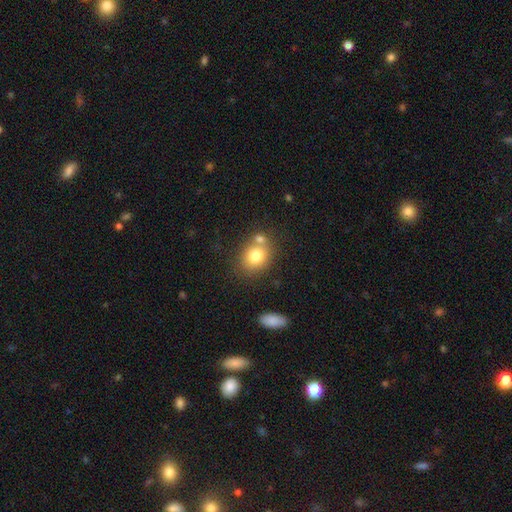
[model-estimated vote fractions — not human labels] A smooth galaxy with no disk features (78%) that is round (57%). Merging: none (55%).